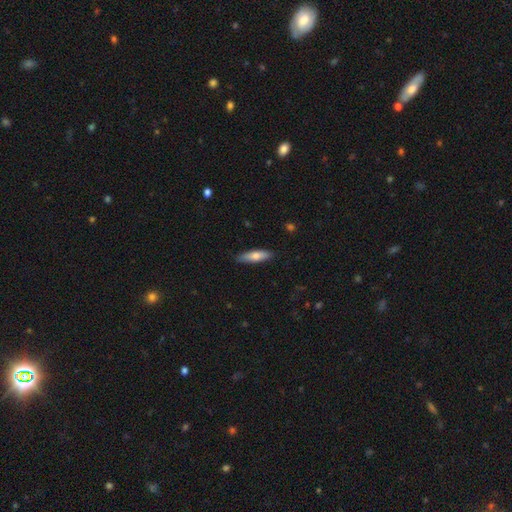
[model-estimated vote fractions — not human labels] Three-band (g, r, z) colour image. It shows a smooth galaxy with no disk features (71%) that is cigar-shaped (62%). Merging: none (87%).